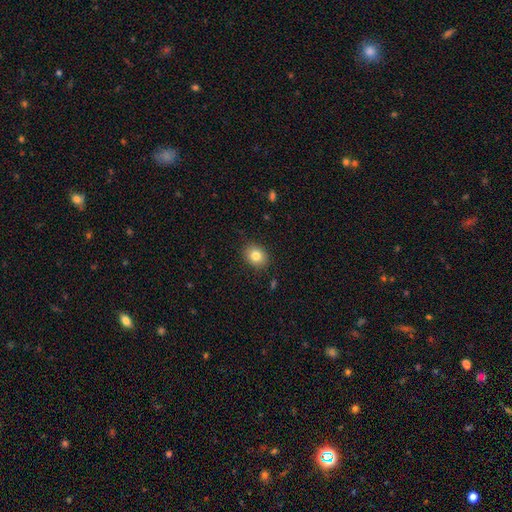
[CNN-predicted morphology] smooth-or-featured: smooth: 82% | star or artifact: 10% | featured or disk: 9%
  how-rounded: round: 54% | in between: 46% | cigar-shaped: 1%
  merging: none: 88% | minor disturbance: 9% | major disturbance: 2% | merger: 1%